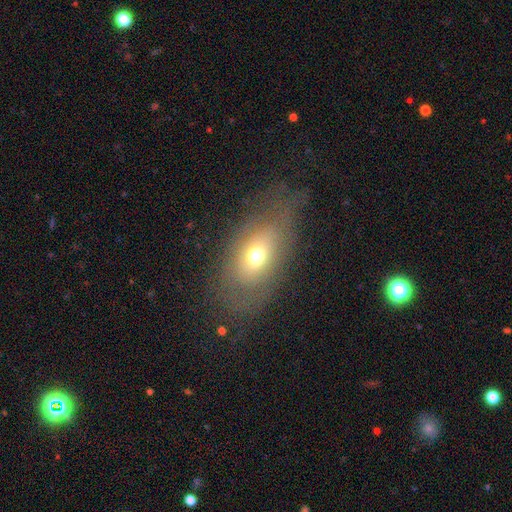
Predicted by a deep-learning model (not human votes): Smooth or featured? smooth (58%)
How rounded? in between (82%)
Merging? none (65%)